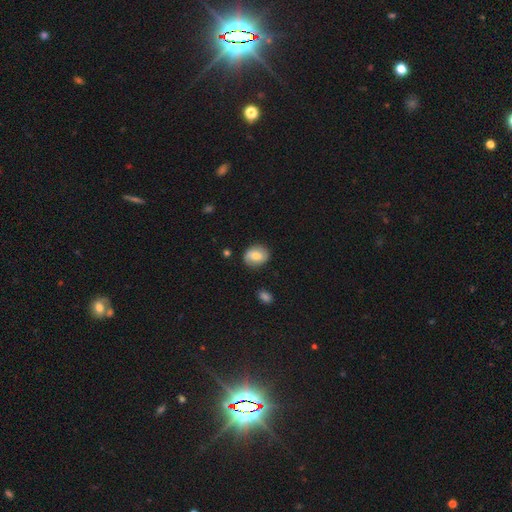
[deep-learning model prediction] This is likely a smooth galaxy (67%). How rounded: possibly round (58%). Merging: clearly none (83%).